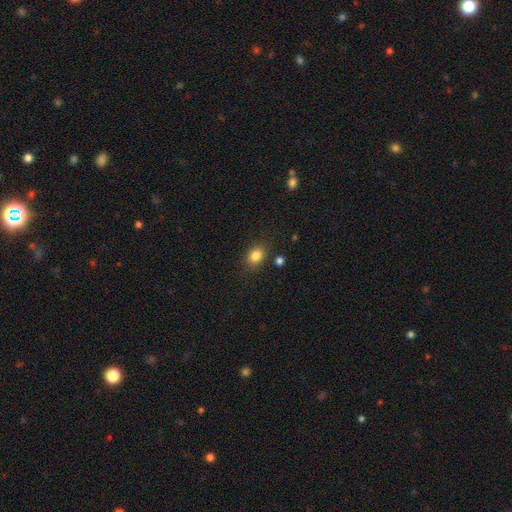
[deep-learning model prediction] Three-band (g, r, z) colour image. It shows a smooth galaxy with no disk features (83%) that is in between round and cigar-shaped (66%). Merging: none (81%).